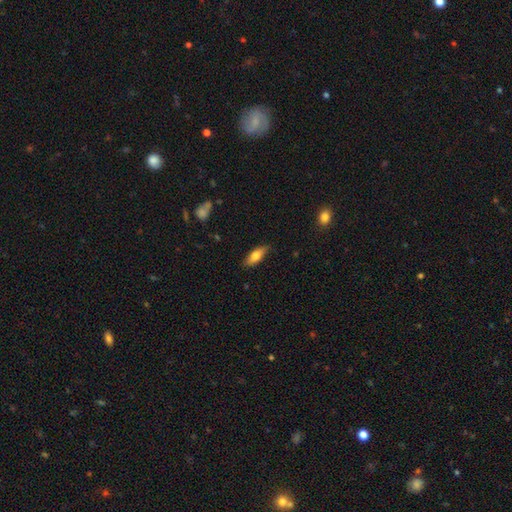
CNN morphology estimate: Smooth or featured?
  - smooth: 71% *
  - featured or disk: 23%
  - star or artifact: 6%
How rounded?
  - in between: 66% *
  - cigar-shaped: 31%
  - round: 3%
Merging?
  - none: 82% *
  - minor disturbance: 15%
  - major disturbance: 2%
  - merger: 1%